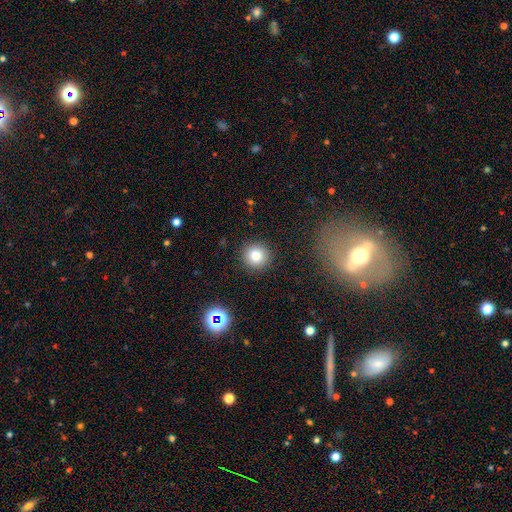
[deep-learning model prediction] This appears to be a smooth galaxy with no disk features (81%) that is round (94%). Merging: none (90%).